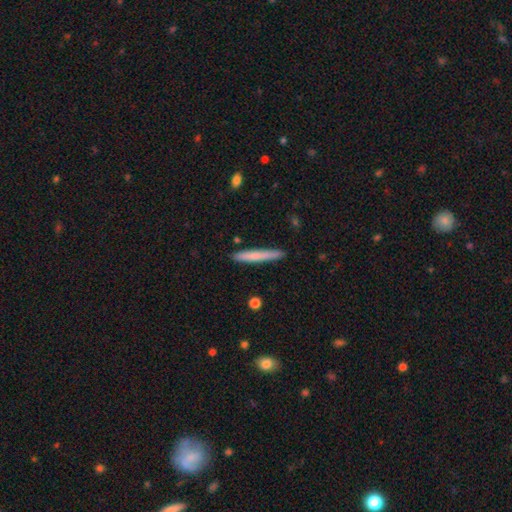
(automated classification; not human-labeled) Overall: smooth (71%). How rounded: cigar-shaped (96%). Merging: none (89%).